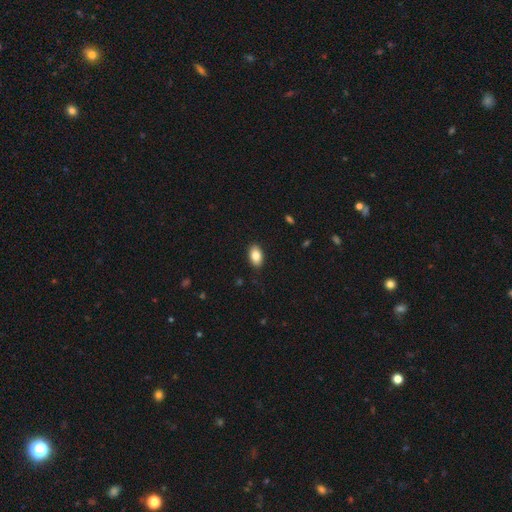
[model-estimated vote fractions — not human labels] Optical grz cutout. It shows a smooth galaxy with no disk features (85%) that is in between round and cigar-shaped (92%). Merging: none (89%).